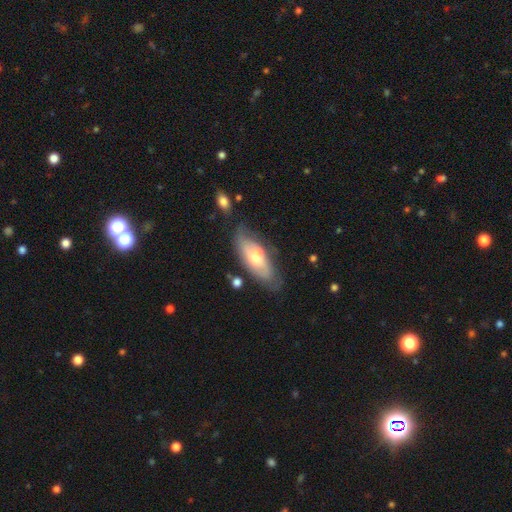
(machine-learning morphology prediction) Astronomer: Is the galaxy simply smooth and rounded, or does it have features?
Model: smooth — 47% (runner-up: featured or disk, 46%).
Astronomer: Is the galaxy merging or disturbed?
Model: none — 54%.